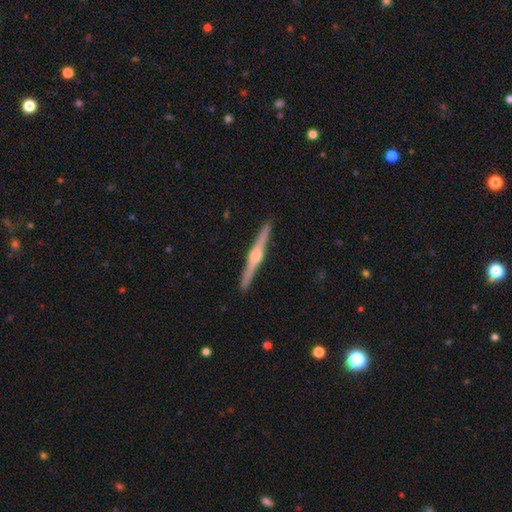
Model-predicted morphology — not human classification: A featured or disk galaxy (82%) viewed edge-on (99%) with a rounded central bulge (90%).

Vote fractions:
- Smooth or featured? featured or disk: 82% / smooth: 13% / star or artifact: 5%
- Edge-on disk? yes: 99% / no: 1%
- Edge-on bulge? rounded: 90% / boxy: 5% / none: 4%
- Merging? none: 93% / minor disturbance: 5% / major disturbance: 1% / merger: 1%